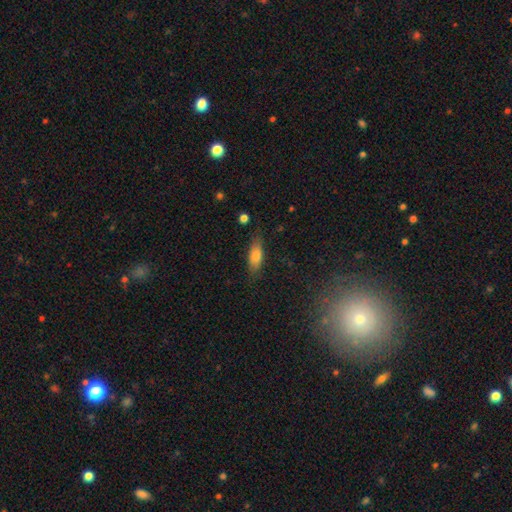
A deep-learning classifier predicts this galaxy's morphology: smooth_or_featured: smooth (p=0.76) [alt: featured or disk p=0.16]
how_rounded: in between (p=0.67) [alt: cigar-shaped p=0.30]
merging: none (p=0.79) [alt: minor disturbance p=0.16]